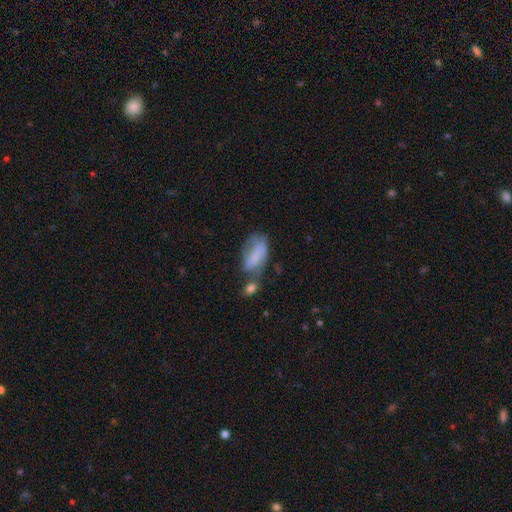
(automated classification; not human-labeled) smooth_or_featured: smooth (p=0.55) [alt: featured or disk p=0.37]
how_rounded: in between (p=0.88) [alt: cigar-shaped p=0.09]
merging: none (p=0.28) [alt: merger p=0.26]